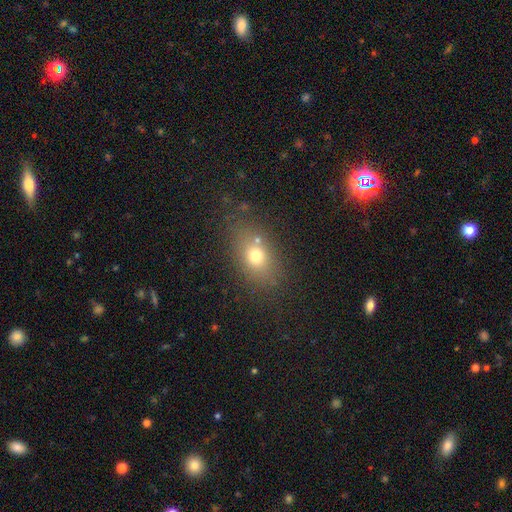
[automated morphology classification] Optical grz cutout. It shows a smooth galaxy with no disk features (70%) that is in between round and cigar-shaped (69%). Merging: none (74%).